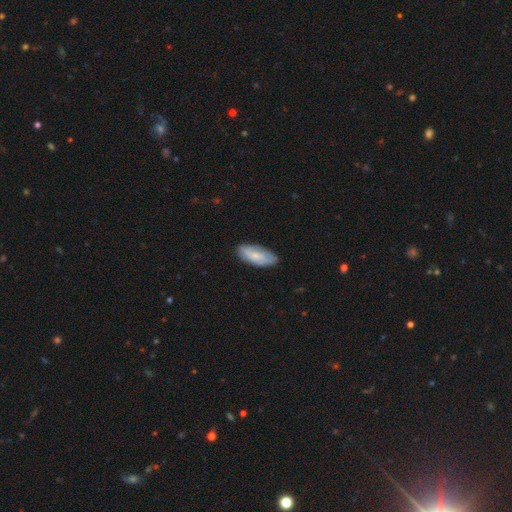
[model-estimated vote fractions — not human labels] Q: Smooth or featured?
A: smooth (63%); runner-up: featured or disk (31%)
Q: How rounded?
A: in between (83%); runner-up: cigar-shaped (15%)
Q: Merging?
A: none (79%); runner-up: minor disturbance (17%)